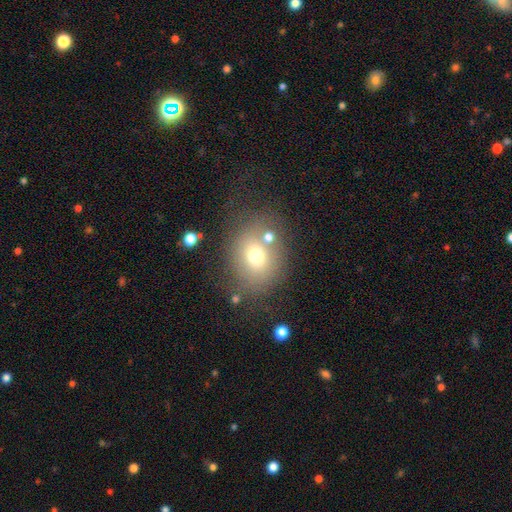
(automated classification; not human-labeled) Morphology: type=smooth (67%); roundness=round (64%); merging=none (64%).